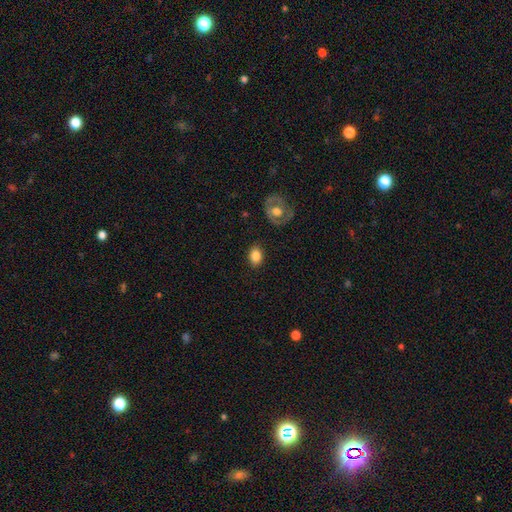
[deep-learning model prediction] This appears to be a smooth galaxy with no disk features (82%) that is in between round and cigar-shaped (73%). Merging: none (85%).